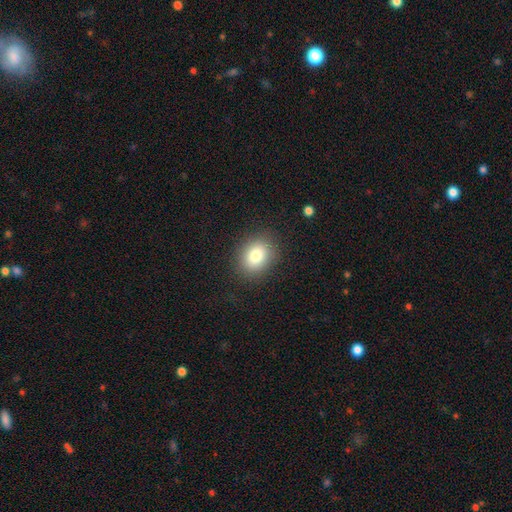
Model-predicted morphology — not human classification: Smooth or featured?
  - smooth: 81% *
  - star or artifact: 10%
  - featured or disk: 9%
How rounded?
  - in between: 51% *
  - round: 48%
  - cigar-shaped: 1%
Merging?
  - none: 87% *
  - minor disturbance: 9%
  - major disturbance: 3%
  - merger: 1%